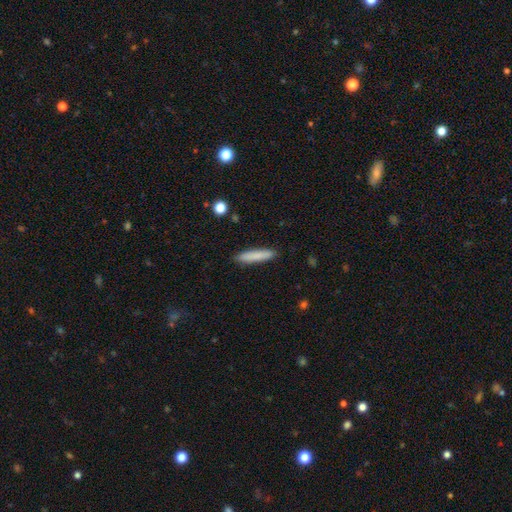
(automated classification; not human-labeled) This is clearly a smooth galaxy (82%). How rounded: clearly cigar-shaped (90%). Merging: clearly none (90%).